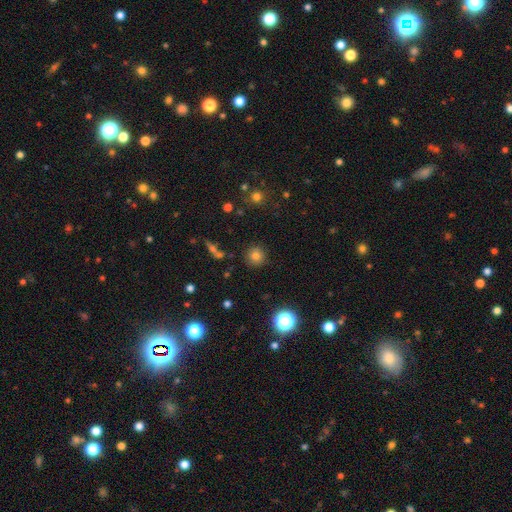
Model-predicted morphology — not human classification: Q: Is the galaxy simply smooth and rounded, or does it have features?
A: smooth — 77%.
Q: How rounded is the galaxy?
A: round — 93%.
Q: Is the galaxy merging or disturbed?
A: none — 89%.